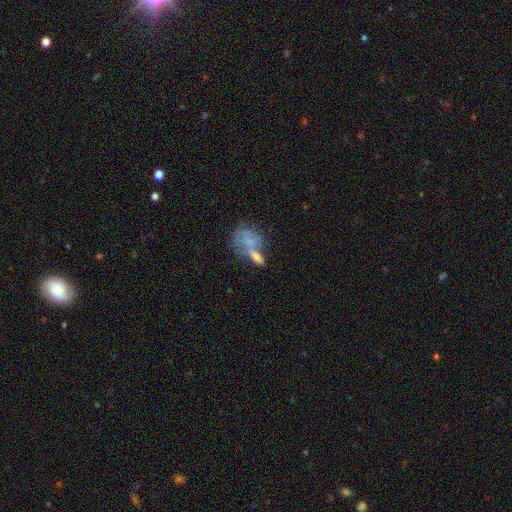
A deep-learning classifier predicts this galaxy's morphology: Overall: smooth (59%; featured or disk 30%). How rounded: in between (73%). Merging: merger (52%; none 23%).